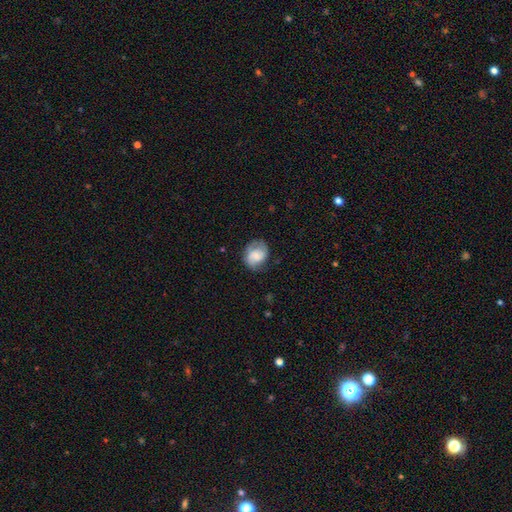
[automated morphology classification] This is possibly a smooth galaxy (60%). How rounded: possibly round (57%). Merging: possibly none (60%).